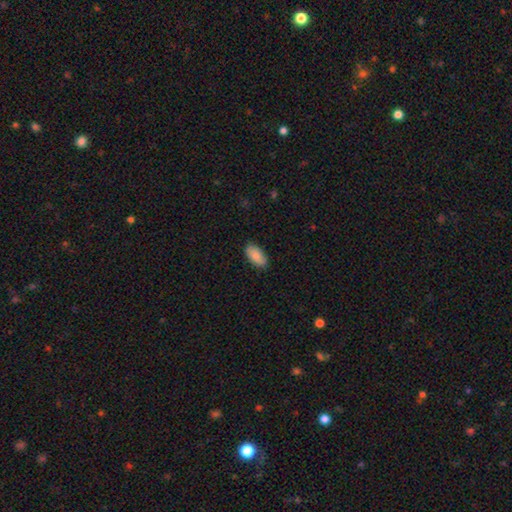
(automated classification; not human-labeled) Q: Smooth or featured?
A: smooth (87%); runner-up: featured or disk (7%)
Q: How rounded?
A: in between (93%); runner-up: cigar-shaped (5%)
Q: Merging?
A: none (87%); runner-up: minor disturbance (10%)